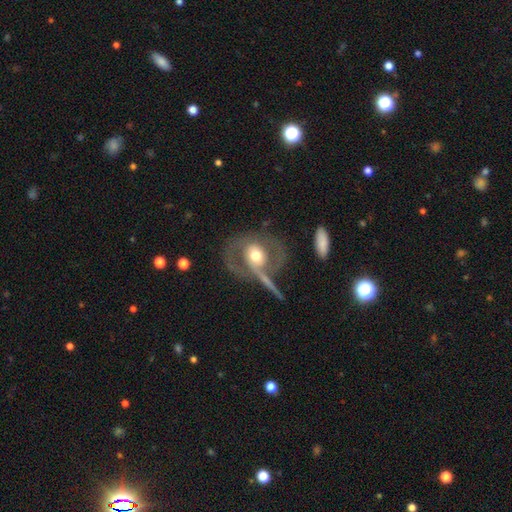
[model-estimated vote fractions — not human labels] featured or disk 65%, smooth 28%, star or artifact 7%. Down the decision tree: edge-on disk — no (93%); bar — no (65%); spiral arms — yes (63%); bulge size — moderate (68%); merging — none (47%).